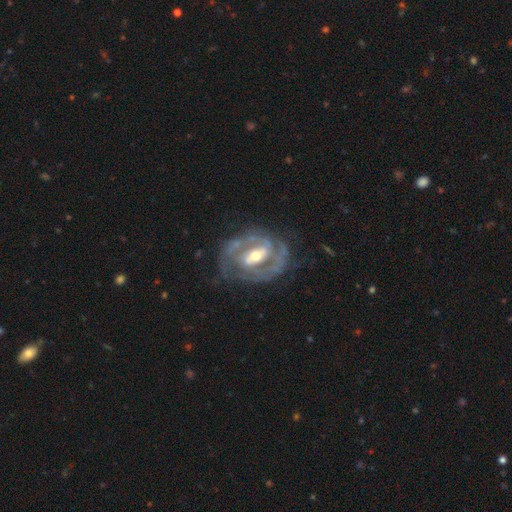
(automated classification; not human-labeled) A featured or disk galaxy (88%) with a strong bar (50%), 2 (71%) tight (52%) spiral arms (91%) and a moderate central bulge (65%). Merging: none (73%).